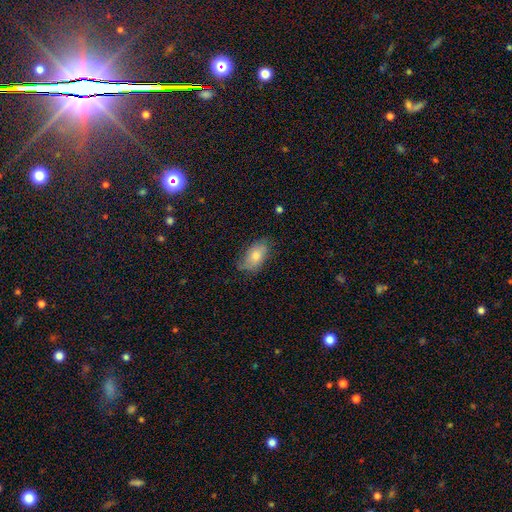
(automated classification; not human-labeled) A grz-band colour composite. It shows a smooth galaxy with no disk features (69%) that is in between round and cigar-shaped (91%). Merging: none (70%).